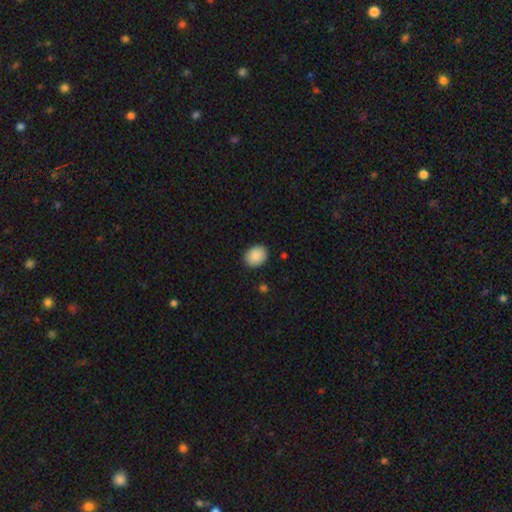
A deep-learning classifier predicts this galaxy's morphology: This is clearly a smooth galaxy (90%). How rounded: possibly in between (52%). Merging: clearly none (88%).